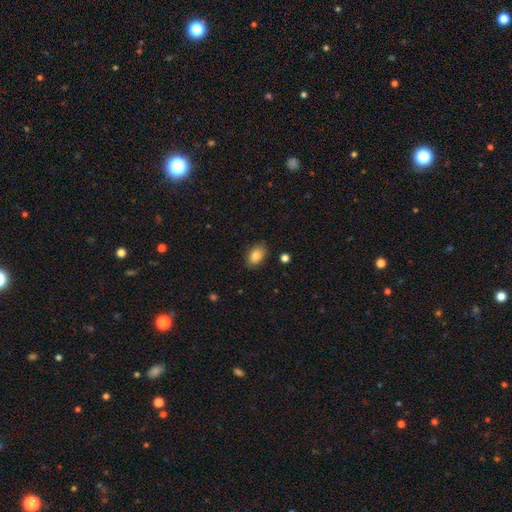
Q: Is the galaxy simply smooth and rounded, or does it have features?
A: smooth — 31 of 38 (82%).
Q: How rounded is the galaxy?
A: in between — 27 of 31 (87%).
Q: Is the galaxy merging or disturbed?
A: none — 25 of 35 (71%).